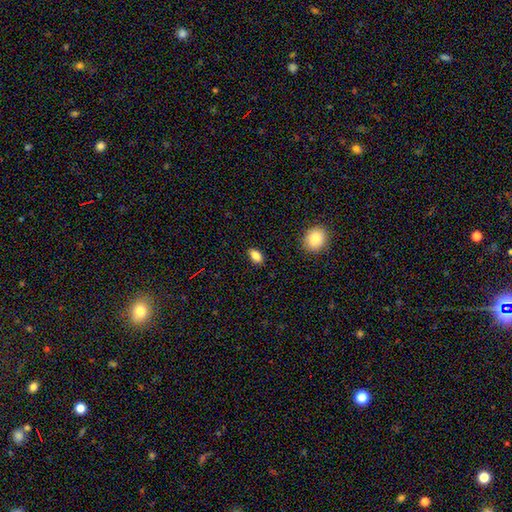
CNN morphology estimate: Smooth or featured: smooth — 84% (star or artifact — 10%)
How rounded: in between — 87% (round — 10%)
Merging: none — 87% (minor disturbance — 10%)